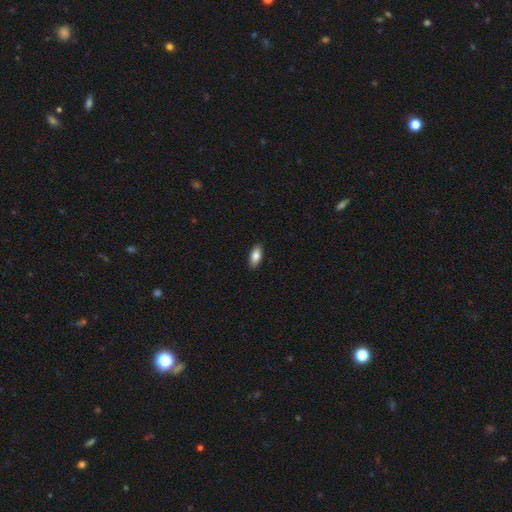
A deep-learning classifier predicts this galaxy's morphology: smooth_or_featured: smooth (p=0.82) [alt: featured or disk p=0.11]
how_rounded: in between (p=0.85) [alt: cigar-shaped p=0.13]
merging: none (p=0.89) [alt: minor disturbance p=0.08]